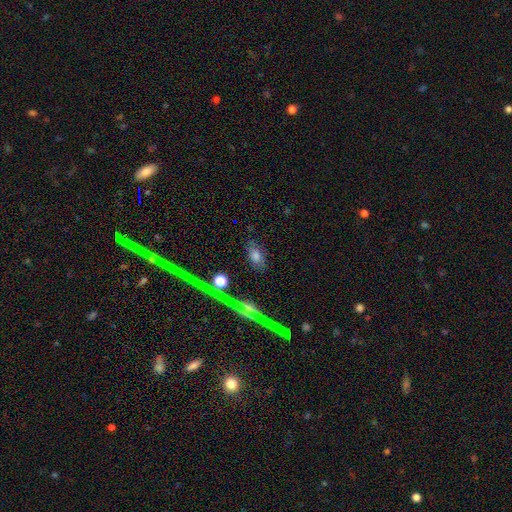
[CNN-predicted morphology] A smooth galaxy with no disk features (64%) that is in between round and cigar-shaped (79%). Merging: none (80%).